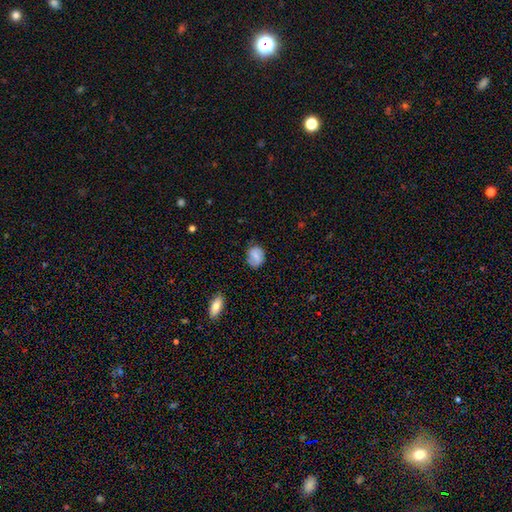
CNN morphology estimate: A smooth galaxy with no disk features (62%) that is in between round and cigar-shaped (60%). Merging: none (72%).